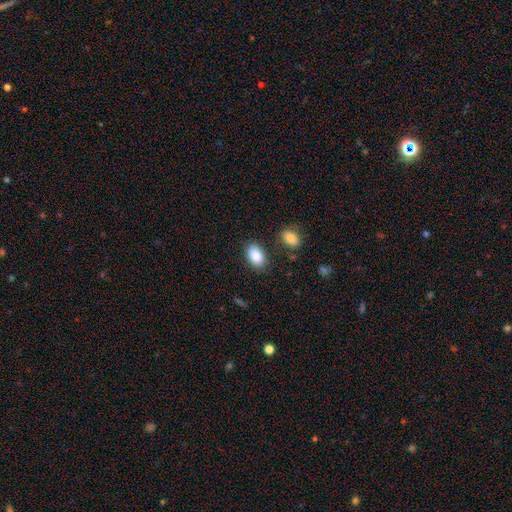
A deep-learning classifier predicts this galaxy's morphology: Overall: smooth (86%). How rounded: in between (89%). Merging: none (81%).